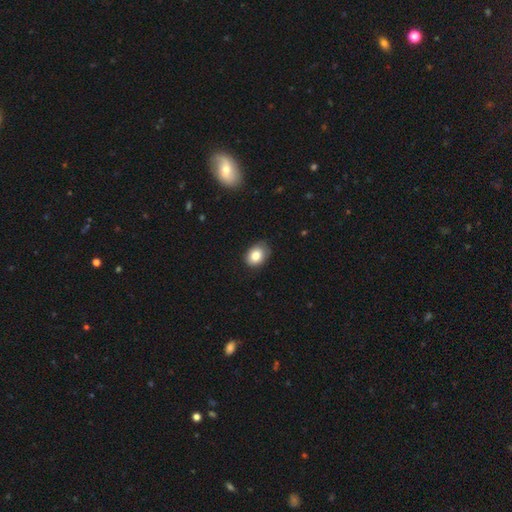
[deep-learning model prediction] smooth 82%, featured or disk 9%, star or artifact 9%. Down the decision tree: how rounded — in between (68%); merging — none (78%).